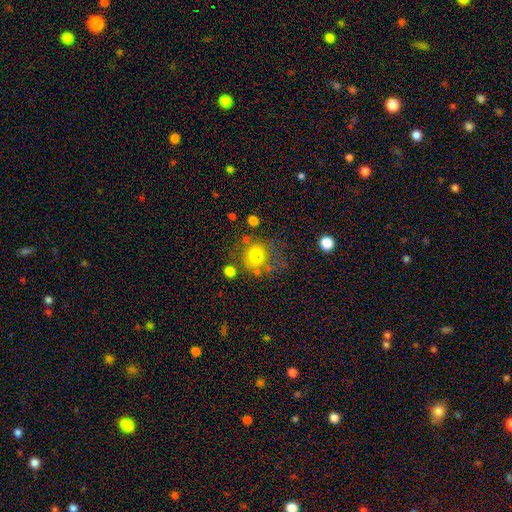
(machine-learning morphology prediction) A smooth galaxy with no disk features (76%) that is round (79%). Merging: none (56%).